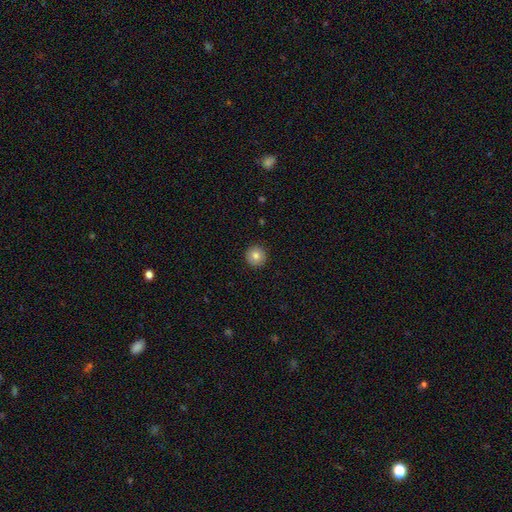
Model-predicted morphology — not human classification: smooth-or-featured: smooth: 82% | star or artifact: 9% | featured or disk: 9%
  how-rounded: round: 95% | in between: 4% | cigar-shaped: 1%
  merging: none: 93% | minor disturbance: 5% | major disturbance: 2% | merger: 1%